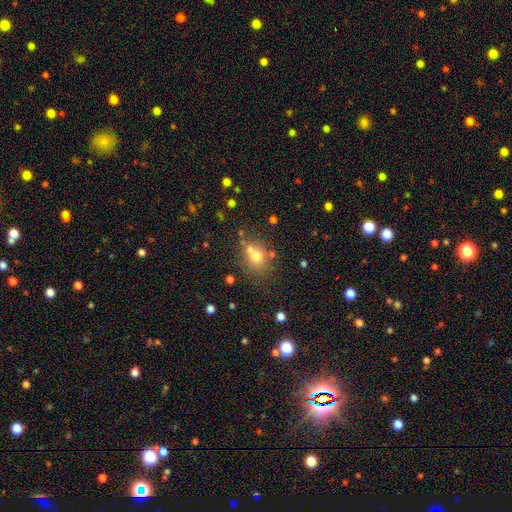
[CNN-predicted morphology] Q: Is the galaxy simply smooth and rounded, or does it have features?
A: smooth — 67%.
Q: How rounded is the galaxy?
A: round — 74%.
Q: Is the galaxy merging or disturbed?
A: none — 55%.